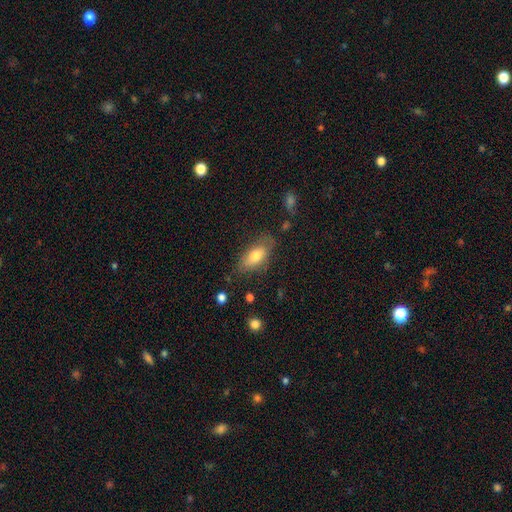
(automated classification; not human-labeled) Smooth or featured: smooth — 72% (featured or disk — 21%)
How rounded: in between — 86% (cigar-shaped — 10%)
Merging: none — 72% (minor disturbance — 20%)